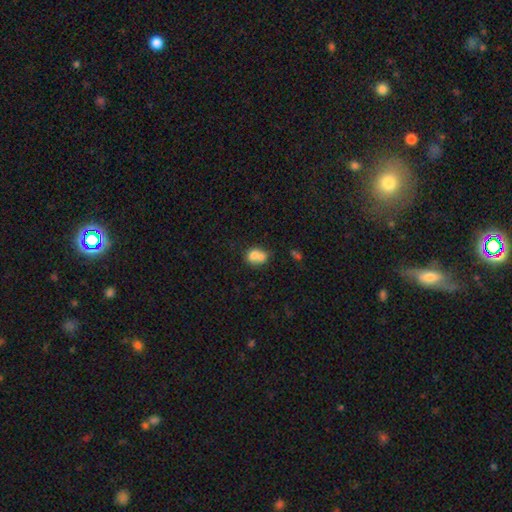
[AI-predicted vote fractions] Smooth or featured? Predicted: smooth (p=0.72). How rounded? Predicted: round (p=0.56). Merging? Predicted: merger (p=0.64).